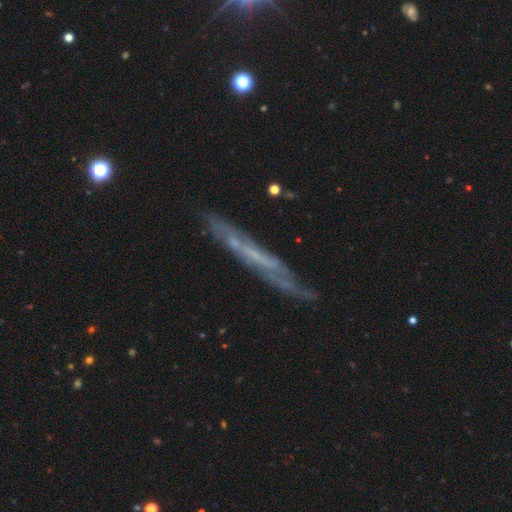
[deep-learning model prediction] The model was most divided on "smooth or featured": featured or disk: 67%, smooth: 25%, star or artifact: 8%. More confident: edge-on bulge — none (85%); edge-on disk — yes (77%); merging — none (71%).